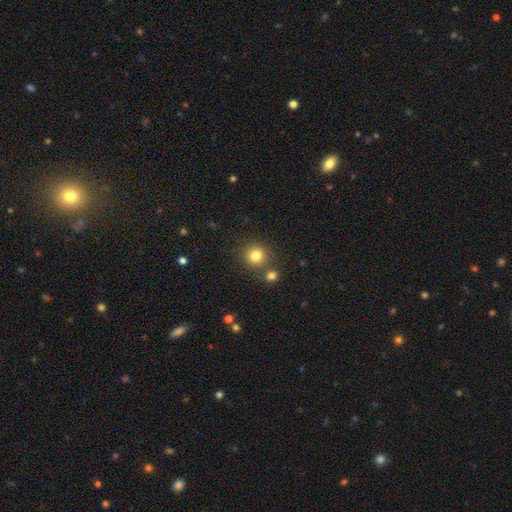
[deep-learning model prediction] This appears to be a smooth galaxy with no disk features (81%) that is round (92%). Merging: none (78%).